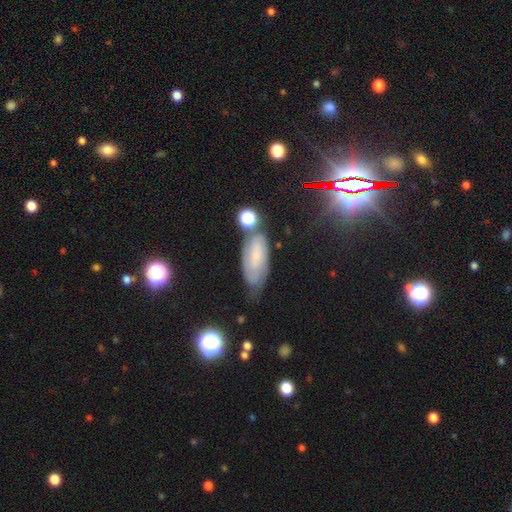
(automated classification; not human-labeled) smooth 45%, featured or disk 40%, star or artifact 15%. Down the decision tree: merging — none (60%).